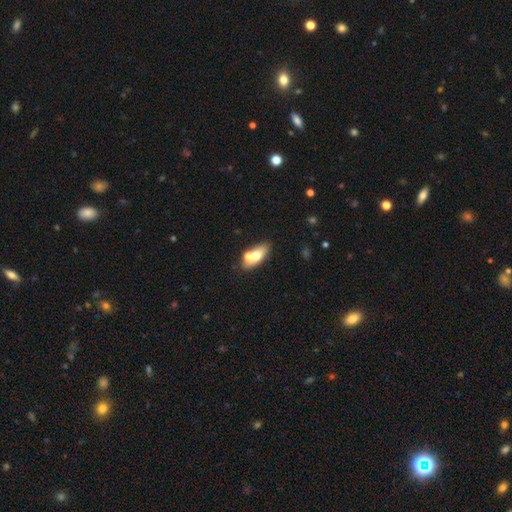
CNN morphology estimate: Smooth or featured? Predicted: smooth (p=0.63). How rounded? Predicted: in between (p=0.78). Merging? Predicted: none (p=0.50).